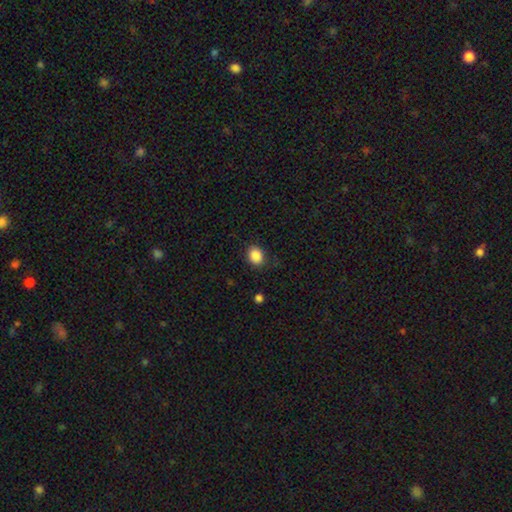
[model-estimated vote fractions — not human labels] This is clearly a smooth galaxy (87%). How rounded: possibly round (55%). Merging: clearly none (86%).